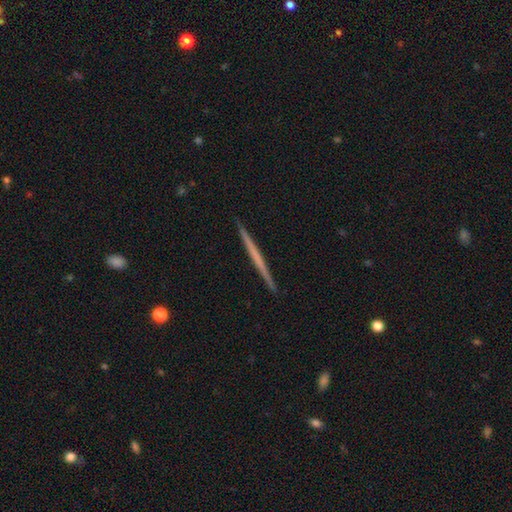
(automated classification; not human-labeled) Overall: featured or disk (58%; smooth 37%). Edge-on disk: yes (98%). Edge-on bulge: none (90%). Merging: none (93%).